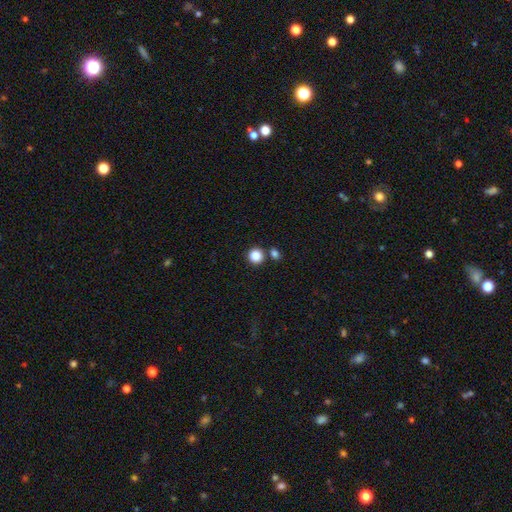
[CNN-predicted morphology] The model was most divided on "merging": none: 79%, merger: 13%, minor disturbance: 6%, major disturbance: 2%. More confident: how rounded — round (93%); smooth or featured — smooth (85%).